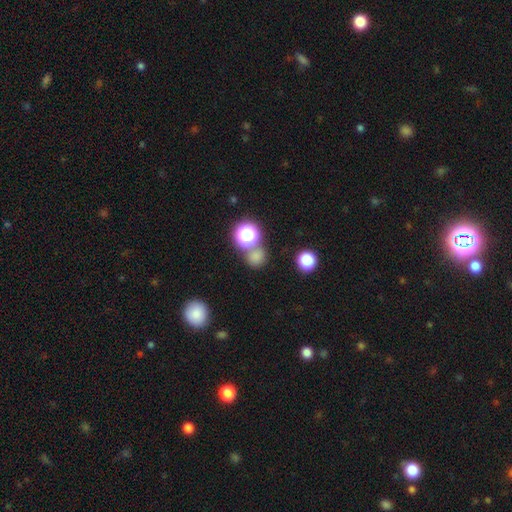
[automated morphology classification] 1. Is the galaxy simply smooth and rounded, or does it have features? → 67% smooth, 27% star or artifact, 6% featured or disk.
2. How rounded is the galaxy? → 84% round, 15% in between, 1% cigar-shaped.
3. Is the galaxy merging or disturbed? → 64% none, 23% merger, 9% minor disturbance, 4% major disturbance.